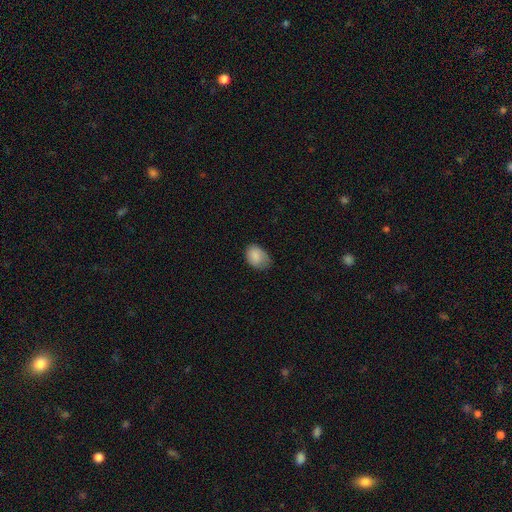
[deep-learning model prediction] Smooth or featured? Predicted: smooth (p=0.86). How rounded? Predicted: in between (p=0.75). Merging? Predicted: none (p=0.60).